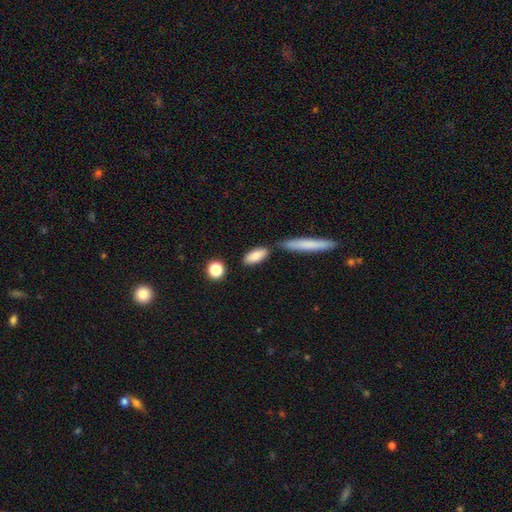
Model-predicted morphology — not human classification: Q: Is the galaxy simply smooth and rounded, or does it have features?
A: smooth — 83%.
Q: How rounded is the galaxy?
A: in between — 73%.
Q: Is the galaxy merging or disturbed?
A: none — 70%.